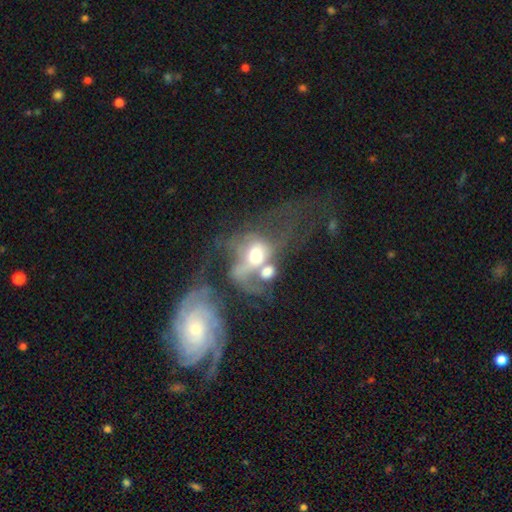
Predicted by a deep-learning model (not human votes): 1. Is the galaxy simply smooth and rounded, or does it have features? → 59% featured or disk, 28% smooth, 13% star or artifact.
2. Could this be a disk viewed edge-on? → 96% no, 4% yes.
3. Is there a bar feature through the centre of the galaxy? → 73% no, 20% weak, 7% strong.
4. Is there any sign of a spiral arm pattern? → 51% yes, 49% no.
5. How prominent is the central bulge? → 55% moderate, 20% large, 17% small, 5% none, 4% dominant.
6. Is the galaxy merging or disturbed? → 57% merger, 26% major disturbance, 10% none, 7% minor disturbance.